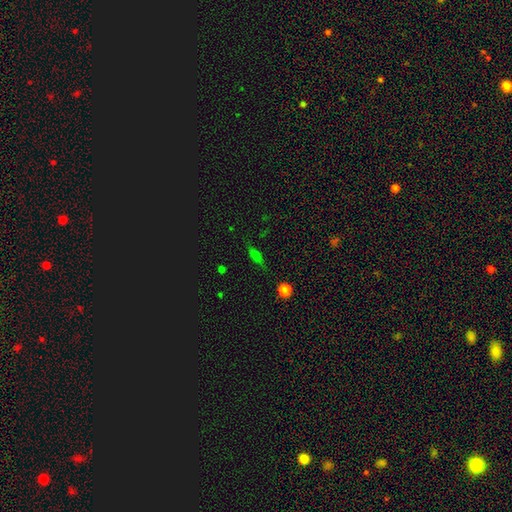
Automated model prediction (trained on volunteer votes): smooth 45%, featured or disk 36%, star or artifact 19%. Down the decision tree: merging — none (81%).